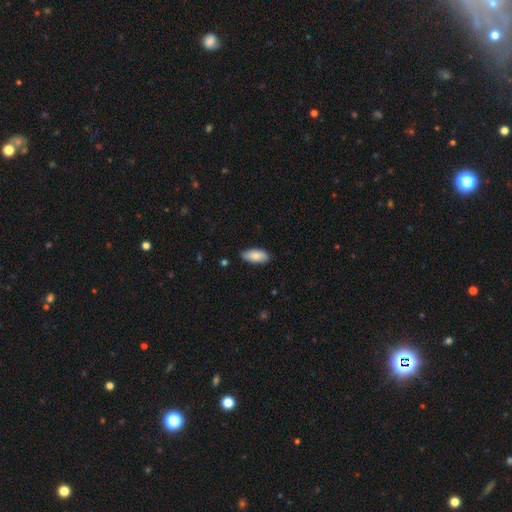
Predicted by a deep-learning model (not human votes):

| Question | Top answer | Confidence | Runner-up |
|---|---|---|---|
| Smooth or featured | smooth | 86% | featured or disk (8%) |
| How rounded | in between | 90% | cigar-shaped (8%) |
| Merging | none | 83% | minor disturbance (14%) |